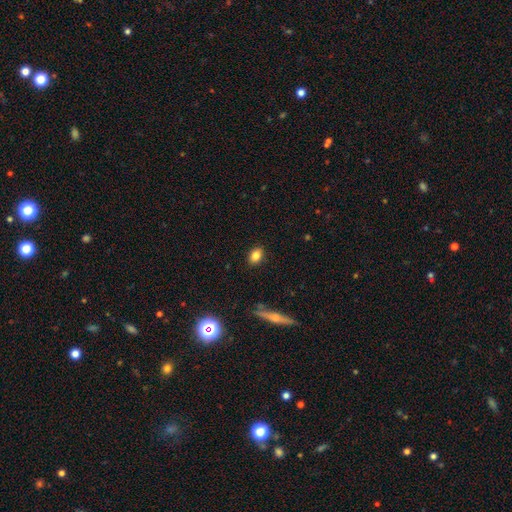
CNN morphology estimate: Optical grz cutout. It shows a smooth galaxy with no disk features (82%) that is in between round and cigar-shaped (74%). Merging: none (88%).